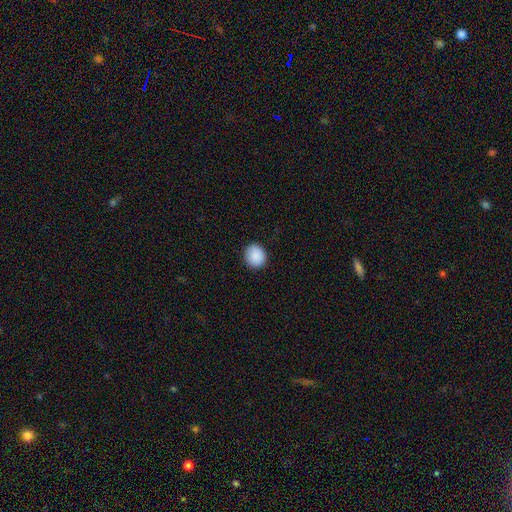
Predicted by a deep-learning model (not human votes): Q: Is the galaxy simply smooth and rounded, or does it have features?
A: smooth — 90%.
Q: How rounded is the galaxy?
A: round — 81%.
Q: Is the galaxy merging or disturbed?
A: none — 90%.